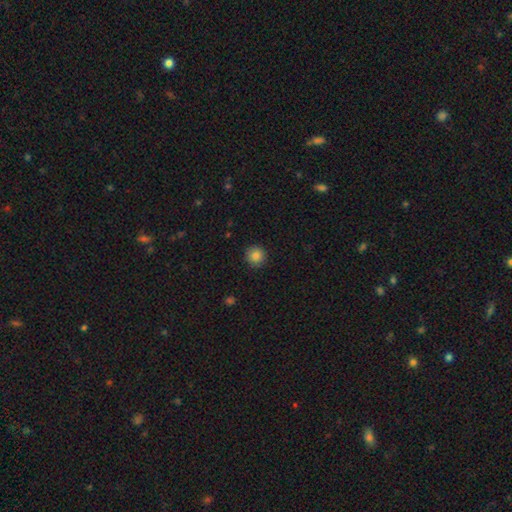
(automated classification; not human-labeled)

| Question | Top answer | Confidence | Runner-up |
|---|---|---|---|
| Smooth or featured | smooth | 85% | star or artifact (10%) |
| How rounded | round | 95% | in between (4%) |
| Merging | none | 91% | minor disturbance (6%) |